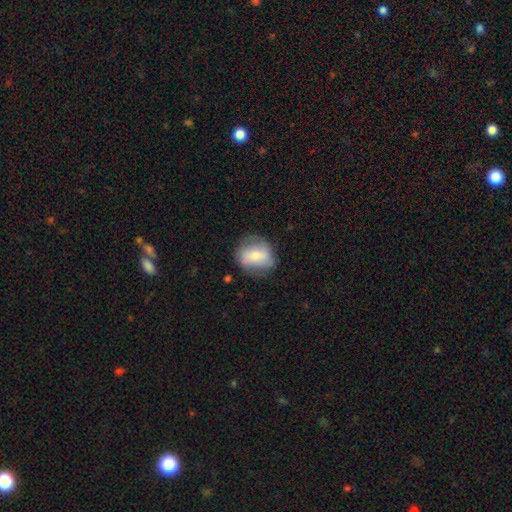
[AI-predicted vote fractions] A smooth galaxy with no disk features (61%) that is round (53%). Merging: none (65%).